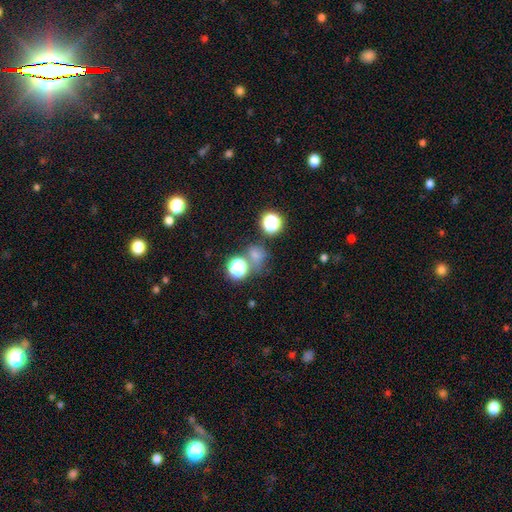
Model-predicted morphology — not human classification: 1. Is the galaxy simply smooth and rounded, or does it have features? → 62% smooth, 29% star or artifact, 9% featured or disk.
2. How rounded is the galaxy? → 76% round, 23% in between, 1% cigar-shaped.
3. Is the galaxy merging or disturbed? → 61% none, 20% merger, 12% minor disturbance, 7% major disturbance.